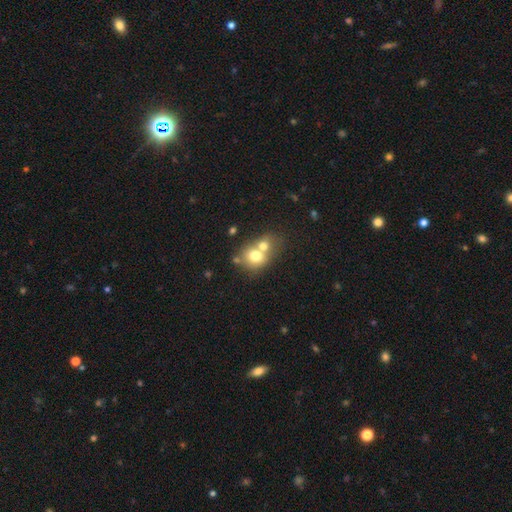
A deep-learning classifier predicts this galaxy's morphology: A smooth galaxy with no disk features (69%) that is round (65%). Merging: merger (62%).